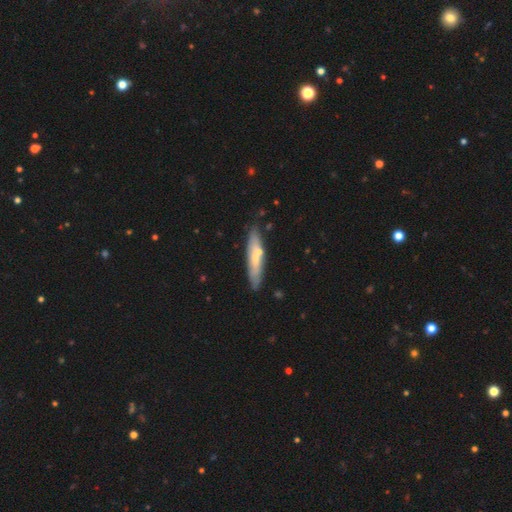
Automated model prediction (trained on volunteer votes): smooth-or-featured: smooth: 50% | featured or disk: 44% | star or artifact: 6%
  merging: none: 78% | minor disturbance: 14% | merger: 5% | major disturbance: 3%